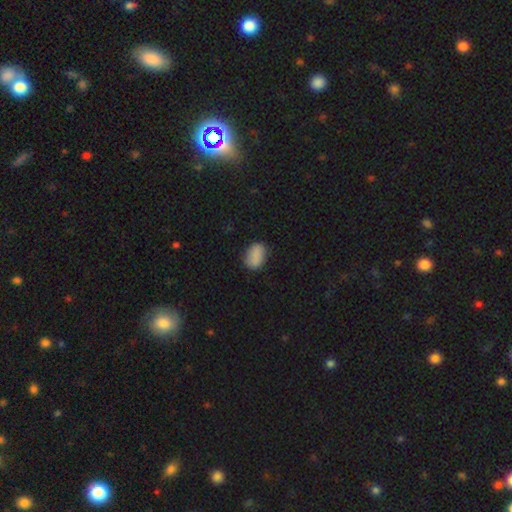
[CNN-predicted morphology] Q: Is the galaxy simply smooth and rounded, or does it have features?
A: smooth — 85%.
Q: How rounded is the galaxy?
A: in between — 82%.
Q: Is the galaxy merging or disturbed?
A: none — 78%.